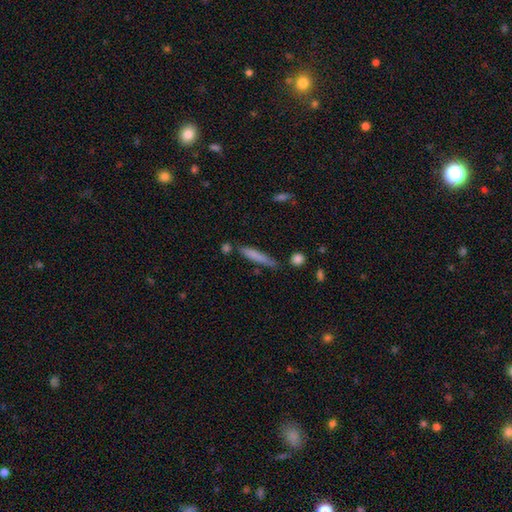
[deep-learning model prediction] smooth_or_featured: smooth (p=0.75) [alt: featured or disk p=0.18]
how_rounded: cigar-shaped (p=0.91) [alt: in between p=0.07]
merging: none (p=0.73) [alt: minor disturbance p=0.17]